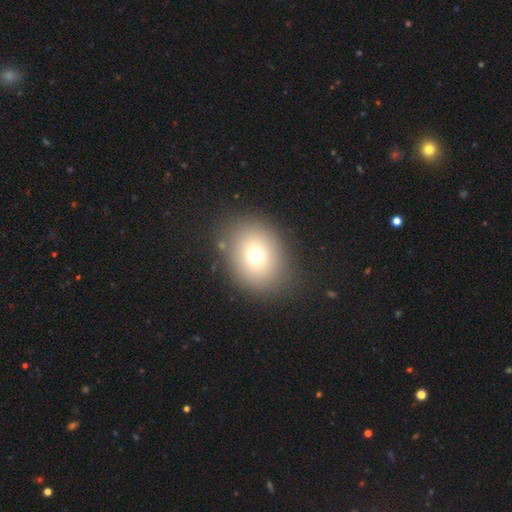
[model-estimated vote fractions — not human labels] smooth_or_featured: smooth (p=0.70) [alt: star or artifact p=0.16]
how_rounded: round (p=0.53) [alt: in between p=0.46]
merging: none (p=0.84) [alt: minor disturbance p=0.09]